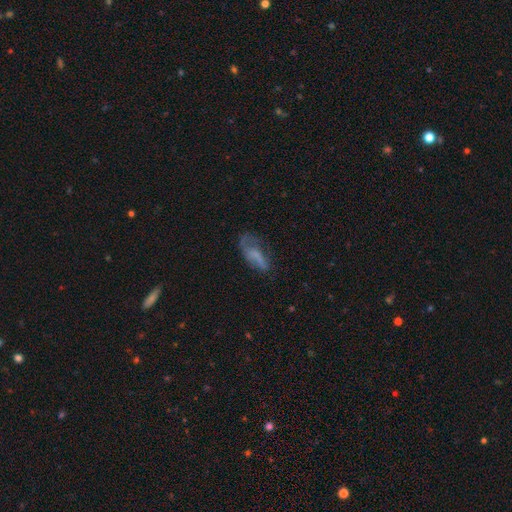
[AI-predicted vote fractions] Smooth or featured? Predicted: smooth (p=0.47). Merging? Predicted: none (p=0.37).